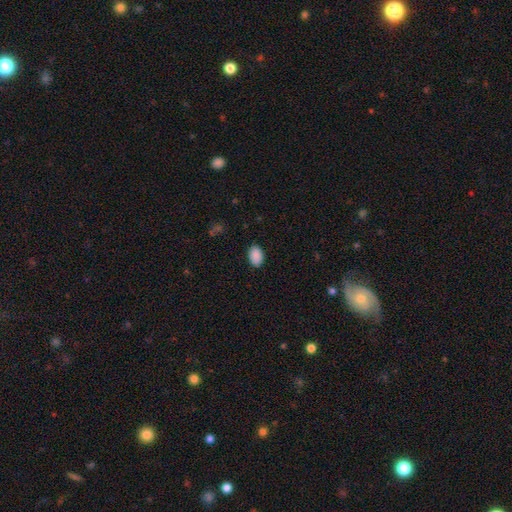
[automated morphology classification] type=smooth (90%); roundness=in between (88%); merging=none (87%).